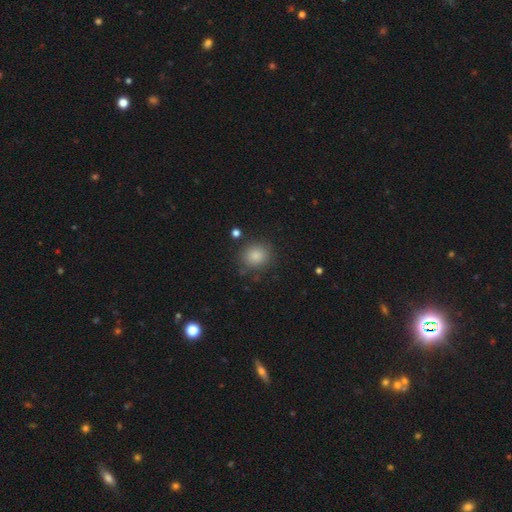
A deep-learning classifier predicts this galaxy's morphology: Smooth or featured?
  - smooth: 85% *
  - star or artifact: 10%
  - featured or disk: 5%
How rounded?
  - round: 80% *
  - in between: 19%
  - cigar-shaped: 1%
Merging?
  - none: 84% *
  - minor disturbance: 10%
  - major disturbance: 4%
  - merger: 3%